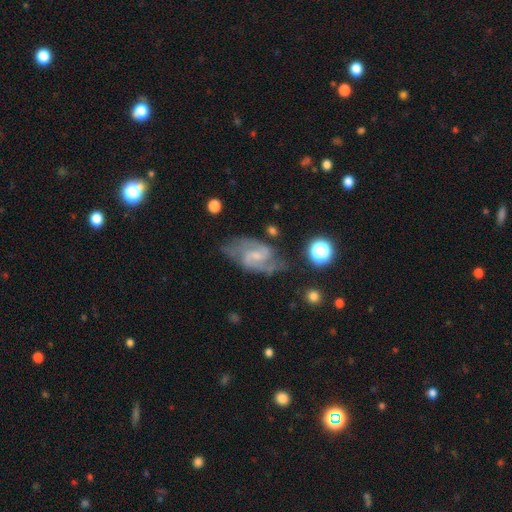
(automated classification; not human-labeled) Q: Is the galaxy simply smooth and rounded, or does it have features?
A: featured or disk — 83%.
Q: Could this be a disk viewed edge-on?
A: no — 97%.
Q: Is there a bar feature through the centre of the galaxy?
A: weak — 55%.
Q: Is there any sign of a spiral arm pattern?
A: yes — 95%.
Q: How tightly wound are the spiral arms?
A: medium — 55%.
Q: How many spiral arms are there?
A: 2 — 84%.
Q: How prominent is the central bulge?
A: small — 59%.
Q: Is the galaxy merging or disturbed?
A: none — 63%.